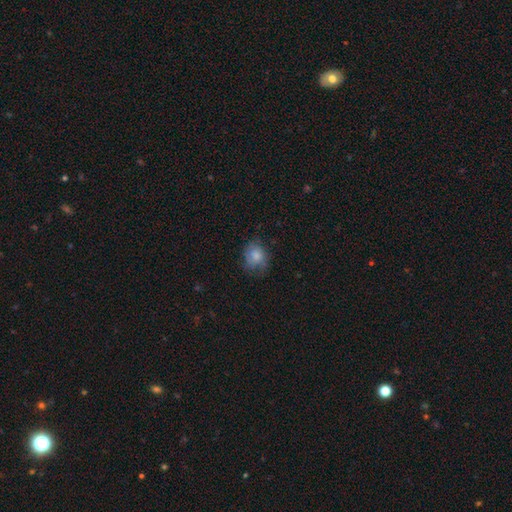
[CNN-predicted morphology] smooth-or-featured: smooth: 79% | featured or disk: 12% | star or artifact: 9%
  how-rounded: round: 62% | in between: 37% | cigar-shaped: 1%
  merging: none: 62% | minor disturbance: 26% | major disturbance: 11% | merger: 1%